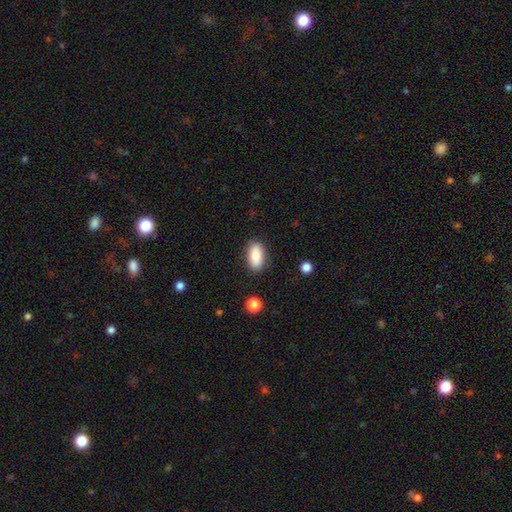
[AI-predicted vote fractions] Smooth or featured? smooth (86%)
How rounded? in between (90%)
Merging? none (85%)